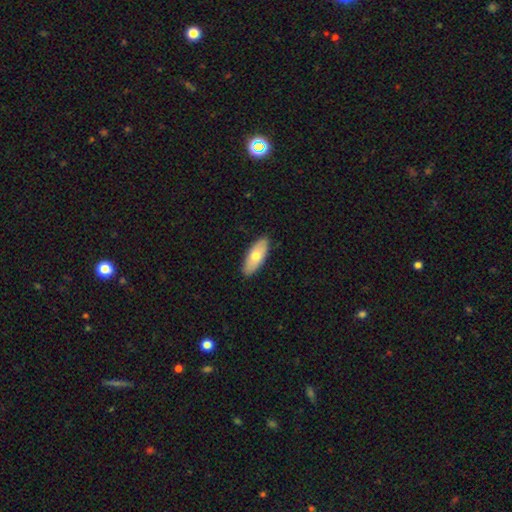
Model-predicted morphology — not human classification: Q: Smooth or featured?
A: smooth (68%); runner-up: featured or disk (26%)
Q: How rounded?
A: in between (80%); runner-up: cigar-shaped (17%)
Q: Merging?
A: none (88%); runner-up: minor disturbance (9%)